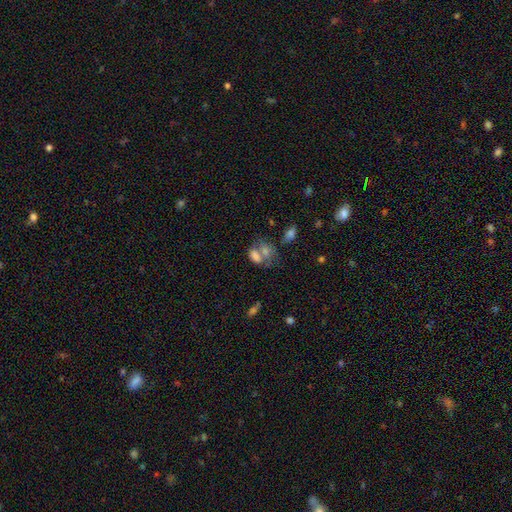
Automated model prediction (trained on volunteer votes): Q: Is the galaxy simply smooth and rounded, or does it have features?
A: smooth — 71%.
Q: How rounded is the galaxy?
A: in between — 84%.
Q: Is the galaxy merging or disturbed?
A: merger — 56%.